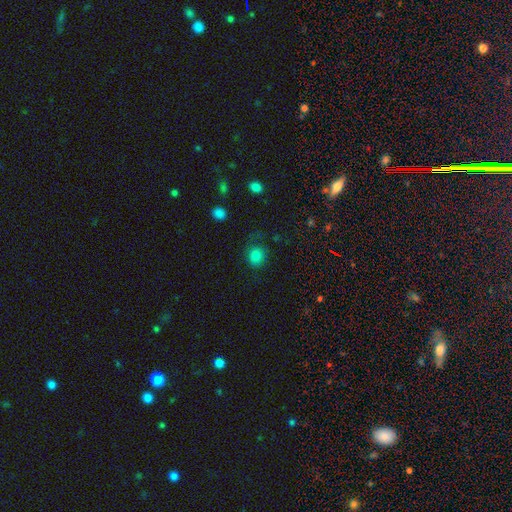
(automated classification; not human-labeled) This is clearly a smooth galaxy (82%). How rounded: likely round (78%). Merging: likely none (72%).